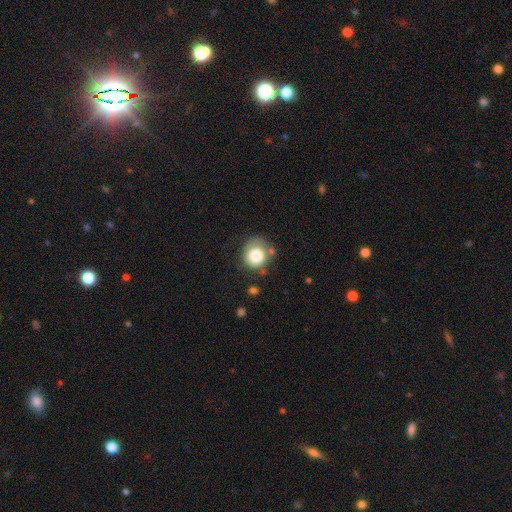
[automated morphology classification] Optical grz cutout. It shows a smooth galaxy with no disk features (79%) that is round (83%). Merging: none (63%).